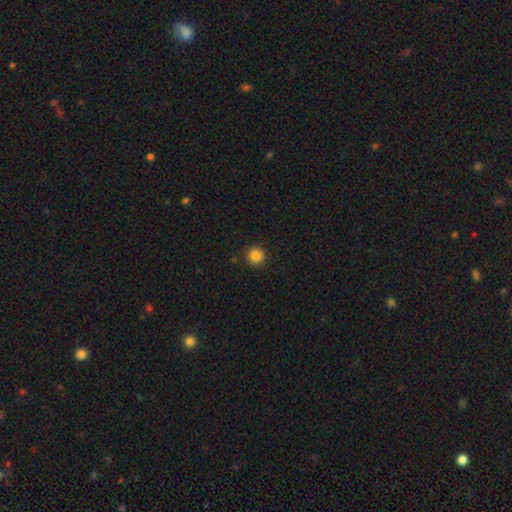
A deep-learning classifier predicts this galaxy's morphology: smooth_or_featured: smooth (p=0.84) [alt: star or artifact p=0.12]
how_rounded: round (p=0.94) [alt: in between p=0.05]
merging: none (p=0.91) [alt: minor disturbance p=0.06]